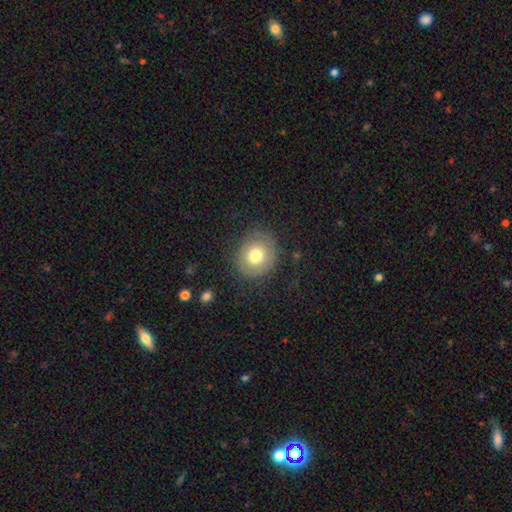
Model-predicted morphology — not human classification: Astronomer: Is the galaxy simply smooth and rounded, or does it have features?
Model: smooth — 67%.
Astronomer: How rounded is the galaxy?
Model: round — 80%.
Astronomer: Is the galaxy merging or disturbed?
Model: none — 75%.